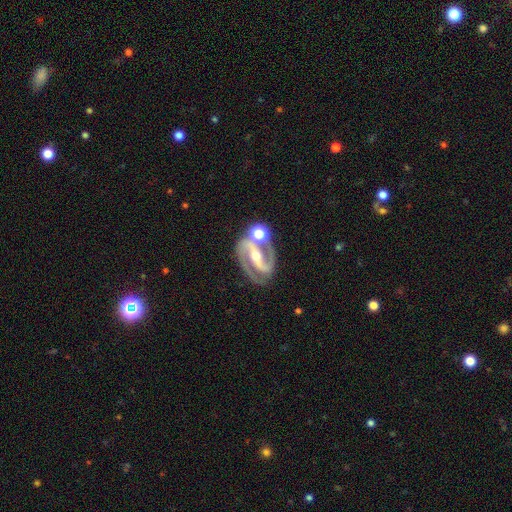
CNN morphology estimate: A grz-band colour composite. It shows a featured or disk galaxy (91%) with a strong bar (66%), 2 (94%) medium (57%) spiral arms (98%) and a moderate central bulge (54%). Merging: none (72%).